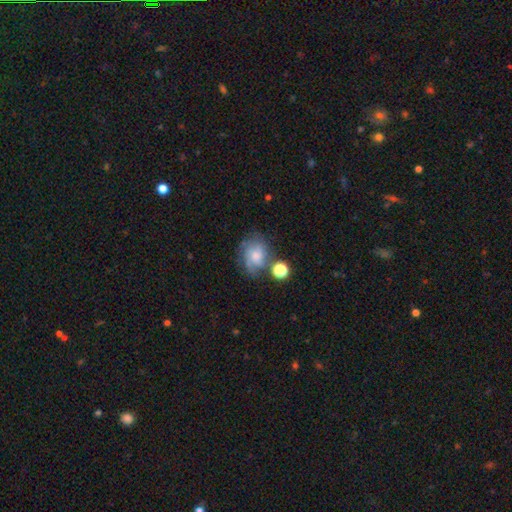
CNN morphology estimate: Overall: featured or disk (55%; smooth 33%). Edge-on disk: no (97%). Bar: no (73%). Spiral arms: yes (85%). Bulge size: small (41%; moderate 37%). Merging: none (53%; minor disturbance 21%).